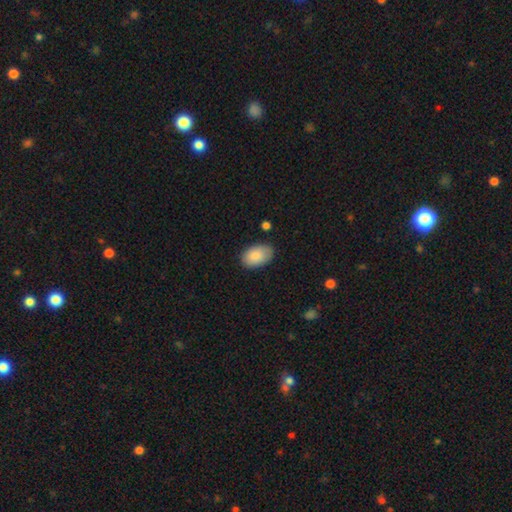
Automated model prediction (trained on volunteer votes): Smooth or featured? Predicted: smooth (p=0.88). How rounded? Predicted: in between (p=0.92). Merging? Predicted: none (p=0.83).